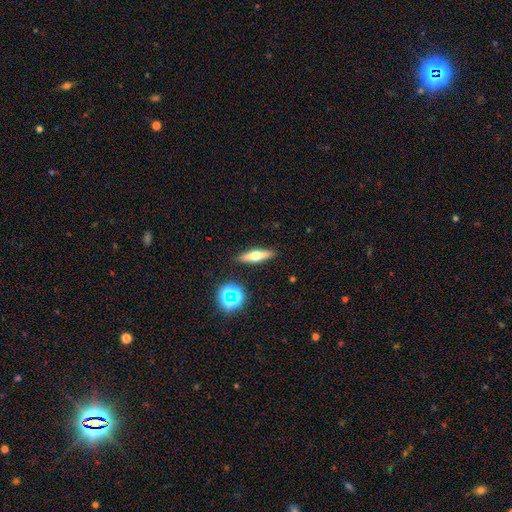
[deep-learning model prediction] This appears to be a smooth galaxy with no disk features (47%). Merging: none (89%).